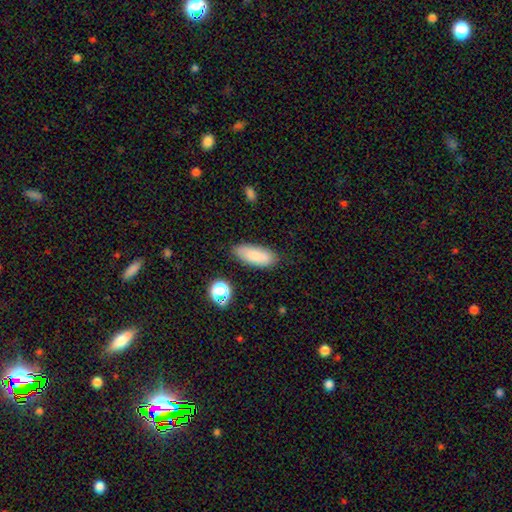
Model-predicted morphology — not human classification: A smooth galaxy with no disk features (83%) that is in between round and cigar-shaped (78%). Merging: none (81%).